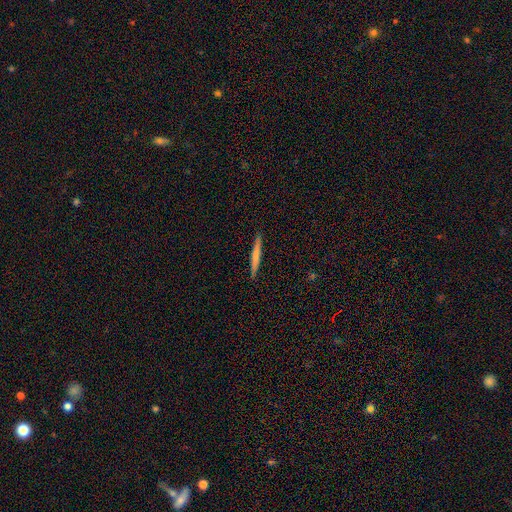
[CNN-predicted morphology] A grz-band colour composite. It shows a smooth galaxy with no disk features (60%) that is cigar-shaped (96%). Merging: none (91%).